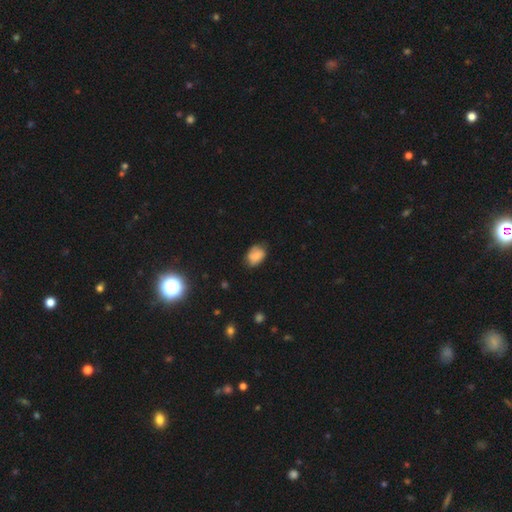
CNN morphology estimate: This appears to be a smooth galaxy with no disk features (79%) that is in between round and cigar-shaped (77%). Merging: none (63%).